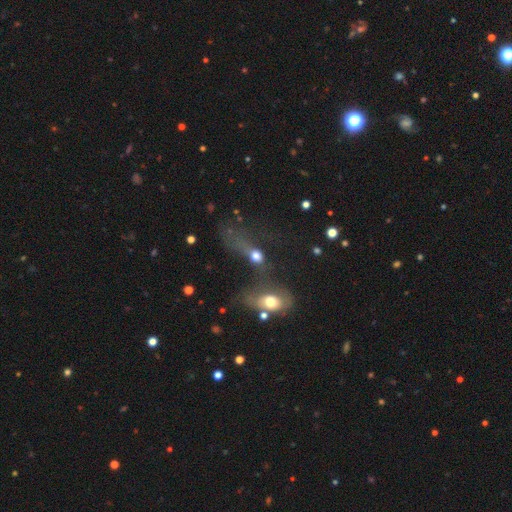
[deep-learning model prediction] Smooth or featured?
  - smooth: 61% *
  - featured or disk: 24%
  - star or artifact: 15%
How rounded?
  - in between: 54% *
  - round: 37%
  - cigar-shaped: 9%
Merging?
  - merger: 42% *
  - major disturbance: 31%
  - none: 16%
  - minor disturbance: 10%